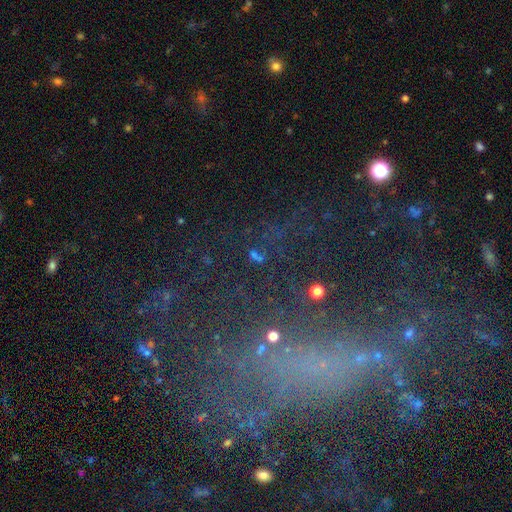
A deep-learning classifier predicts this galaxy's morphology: Q: Smooth or featured?
A: star or artifact (63%); runner-up: smooth (21%)